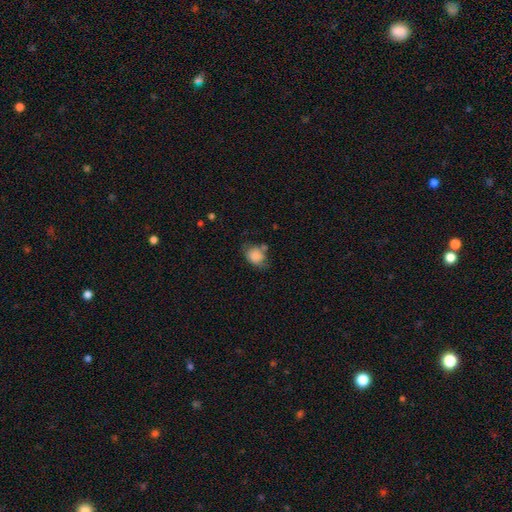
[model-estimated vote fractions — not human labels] Smooth or featured?
  - smooth: 83% *
  - star or artifact: 9%
  - featured or disk: 8%
How rounded?
  - in between: 54% *
  - round: 45%
  - cigar-shaped: 1%
Merging?
  - none: 48% *
  - minor disturbance: 29%
  - merger: 12%
  - major disturbance: 11%